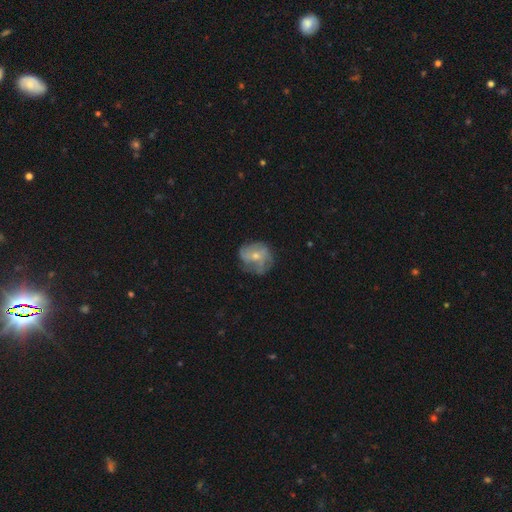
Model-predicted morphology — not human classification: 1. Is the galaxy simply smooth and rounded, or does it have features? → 59% featured or disk, 32% smooth, 9% star or artifact.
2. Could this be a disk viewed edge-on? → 97% no, 3% yes.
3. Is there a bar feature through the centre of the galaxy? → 71% no, 24% weak, 5% strong.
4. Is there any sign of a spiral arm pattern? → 76% yes, 24% no.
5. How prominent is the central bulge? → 55% small, 40% moderate, 2% none, 2% large, 1% dominant.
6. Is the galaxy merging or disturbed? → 60% none, 25% minor disturbance, 14% major disturbance, 2% merger.